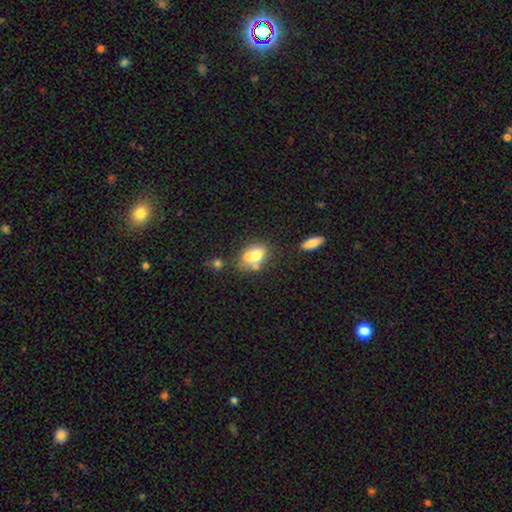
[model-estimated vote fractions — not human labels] This is likely a smooth galaxy (69%). How rounded: likely in between (74%). Merging: marginally none (37%).